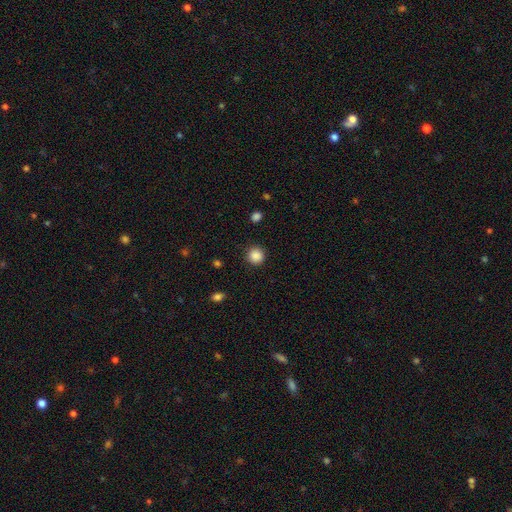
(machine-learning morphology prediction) This appears to be a smooth galaxy with no disk features (87%) that is round (94%). Merging: none (90%).